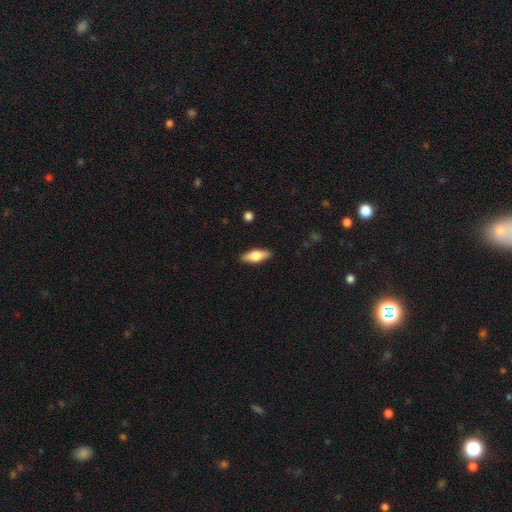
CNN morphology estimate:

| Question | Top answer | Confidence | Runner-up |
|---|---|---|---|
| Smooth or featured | smooth | 58% | featured or disk (36%) |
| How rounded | in between | 65% | cigar-shaped (32%) |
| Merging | none | 89% | minor disturbance (8%) |